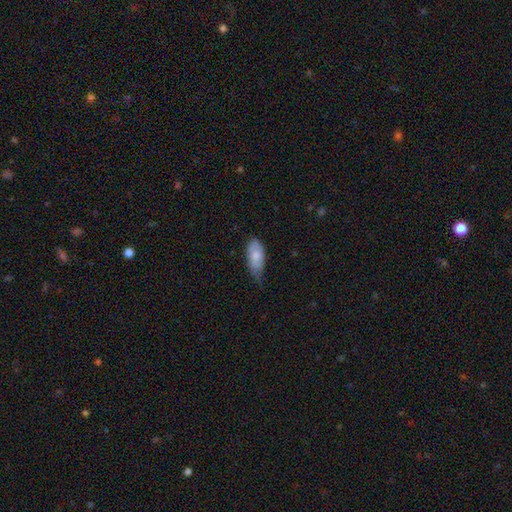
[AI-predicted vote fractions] Smooth or featured?
  - smooth: 78% *
  - featured or disk: 16%
  - star or artifact: 6%
How rounded?
  - in between: 89% *
  - cigar-shaped: 9%
  - round: 2%
Merging?
  - minor disturbance: 50% *
  - none: 35%
  - major disturbance: 13%
  - merger: 2%